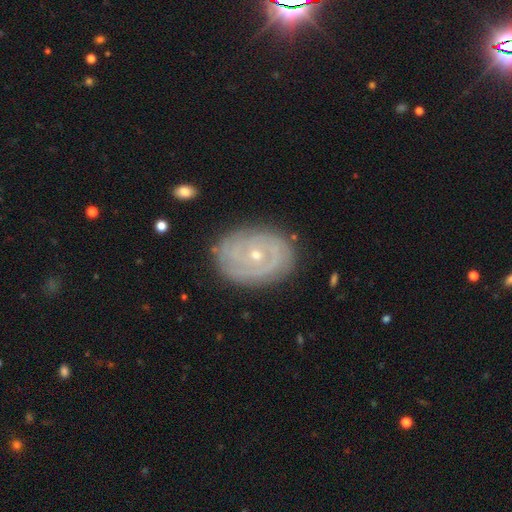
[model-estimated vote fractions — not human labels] Smooth or featured: featured or disk — 82% (smooth — 11%)
Edge-on disk: no — 96% (yes — 4%)
Bar: no — 73% (weak — 21%)
Spiral arms: yes — 90% (no — 10%)
Spiral winding: tight — 76% (medium — 19%)
Spiral arm count: 2 — 37% (can't tell — 32%)
Bulge size: small — 66% (moderate — 32%)
Merging: none — 82% (minor disturbance — 13%)